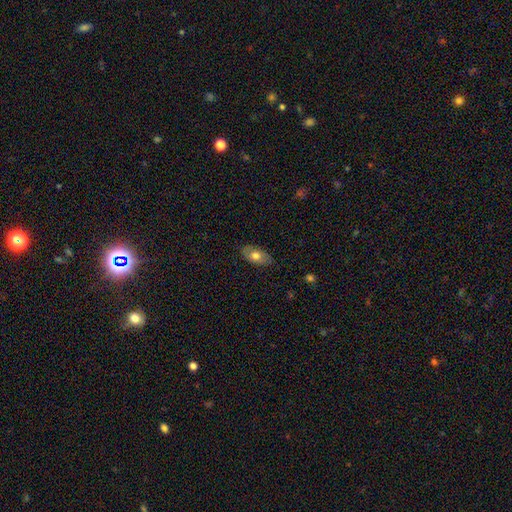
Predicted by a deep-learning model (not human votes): smooth_or_featured: smooth (p=0.66) [alt: featured or disk p=0.27]
how_rounded: in between (p=0.92) [alt: round p=0.06]
merging: none (p=0.81) [alt: minor disturbance p=0.16]